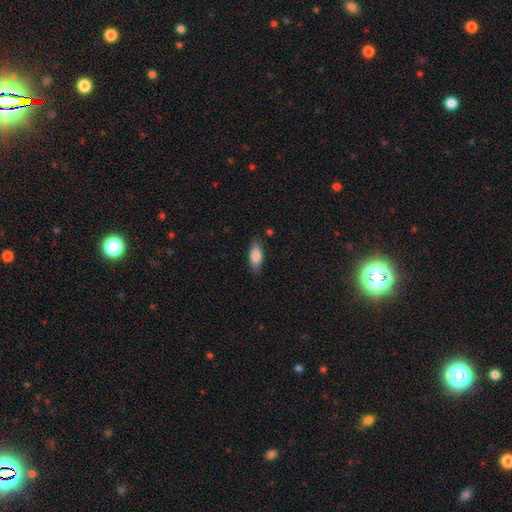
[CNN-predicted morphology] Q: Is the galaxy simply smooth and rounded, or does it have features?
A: smooth — 82%.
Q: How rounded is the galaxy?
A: in between — 79%.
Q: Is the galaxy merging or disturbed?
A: none — 80%.